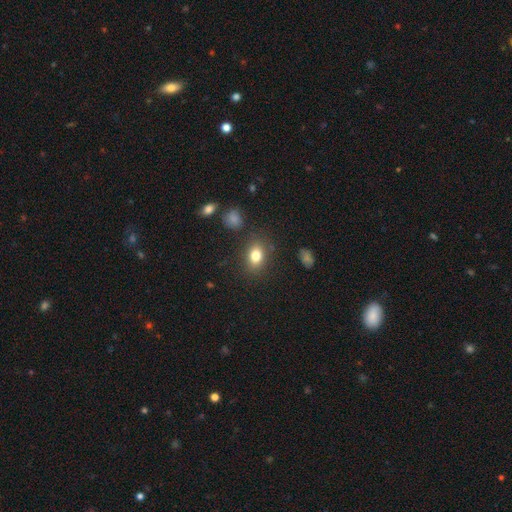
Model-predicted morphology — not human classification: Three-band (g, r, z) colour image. It shows a smooth galaxy with no disk features (81%) that is in between round and cigar-shaped (72%). Merging: none (82%).